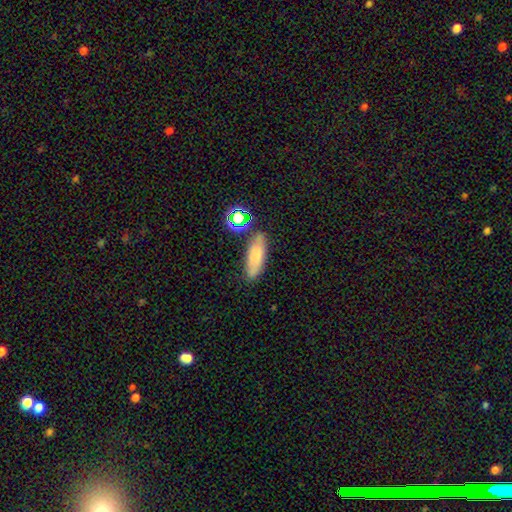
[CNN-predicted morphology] smooth 75%, featured or disk 14%, star or artifact 11%. Down the decision tree: how rounded — in between (60%); merging — none (76%).